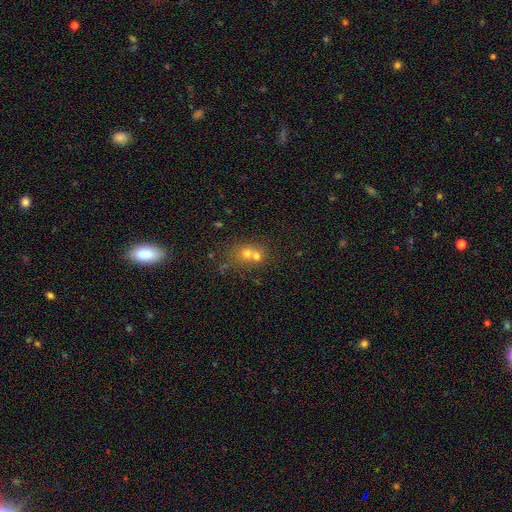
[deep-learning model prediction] Morphology: type=smooth (55%); roundness=round (72%); merging=none (44%).